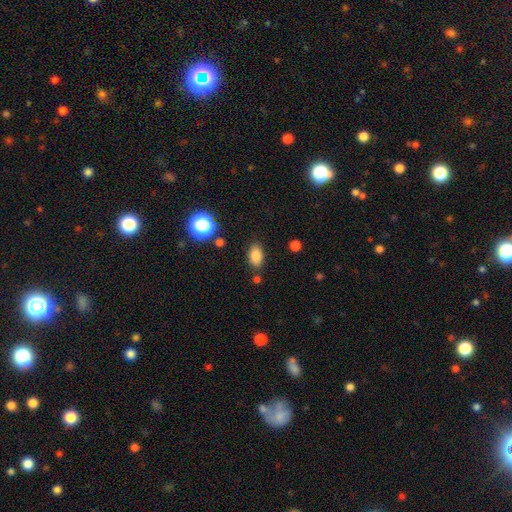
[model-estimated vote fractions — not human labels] The model was most divided on "merging": none: 82%, minor disturbance: 11%, merger: 4%, major disturbance: 3%. More confident: how rounded — in between (89%); smooth or featured — smooth (84%).